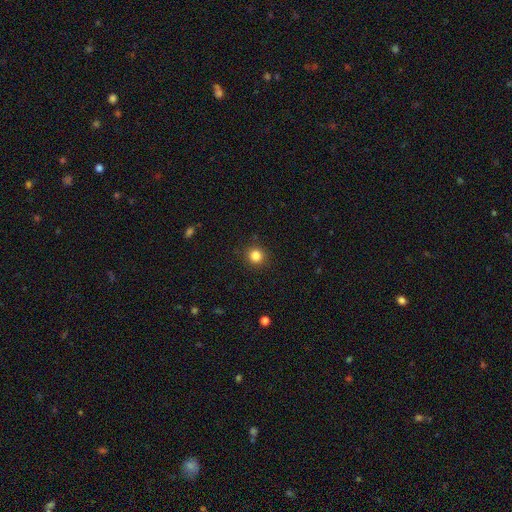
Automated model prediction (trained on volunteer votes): smooth_or_featured: smooth (p=0.84) [alt: star or artifact p=0.12]
how_rounded: round (p=0.92) [alt: in between p=0.07]
merging: none (p=0.90) [alt: minor disturbance p=0.06]